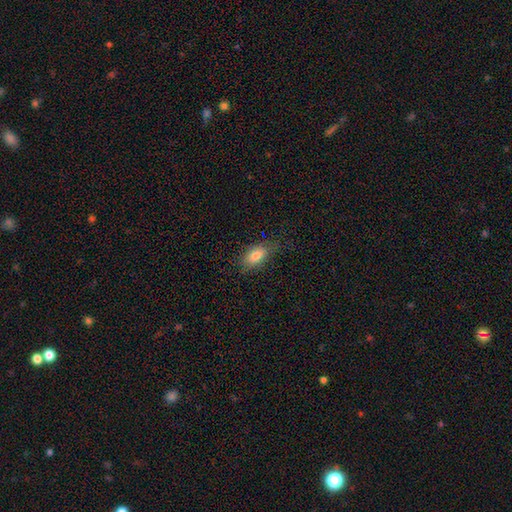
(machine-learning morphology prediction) smooth_or_featured: smooth (p=0.80) [alt: featured or disk p=0.11]
how_rounded: in between (p=0.87) [alt: cigar-shaped p=0.08]
merging: none (p=0.70) [alt: minor disturbance p=0.22]